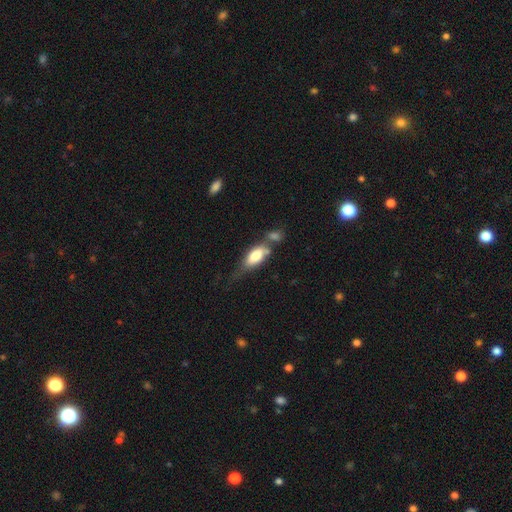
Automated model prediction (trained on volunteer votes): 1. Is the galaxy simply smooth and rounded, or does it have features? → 70% smooth, 23% featured or disk, 7% star or artifact.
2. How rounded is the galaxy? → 82% in between, 15% cigar-shaped, 3% round.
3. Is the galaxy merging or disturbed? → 37% merger, 29% none, 21% minor disturbance, 13% major disturbance.